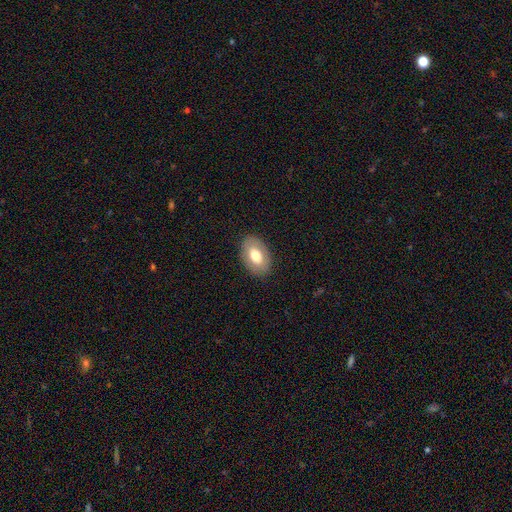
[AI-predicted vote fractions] smooth_or_featured: smooth (p=0.67) [alt: featured or disk p=0.26]
how_rounded: in between (p=0.88) [alt: round p=0.11]
merging: none (p=0.86) [alt: minor disturbance p=0.10]